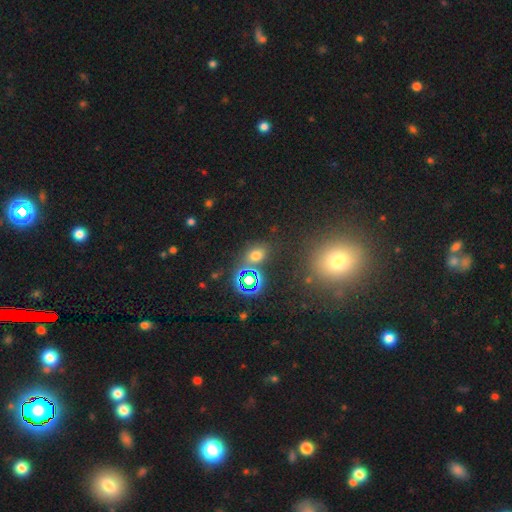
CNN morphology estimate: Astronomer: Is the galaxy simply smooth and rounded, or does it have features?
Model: smooth — 59%.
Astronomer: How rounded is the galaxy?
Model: in between — 55% (runner-up: round, 44%).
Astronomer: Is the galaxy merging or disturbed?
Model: none — 73%.